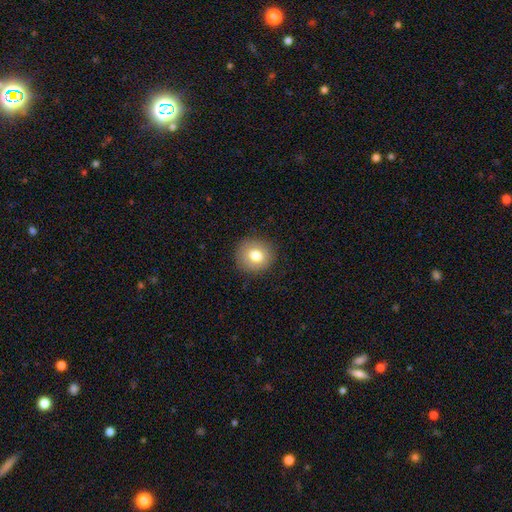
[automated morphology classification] Q: Smooth or featured?
A: smooth (77%); runner-up: featured or disk (14%)
Q: How rounded?
A: round (87%); runner-up: in between (12%)
Q: Merging?
A: none (88%); runner-up: minor disturbance (8%)